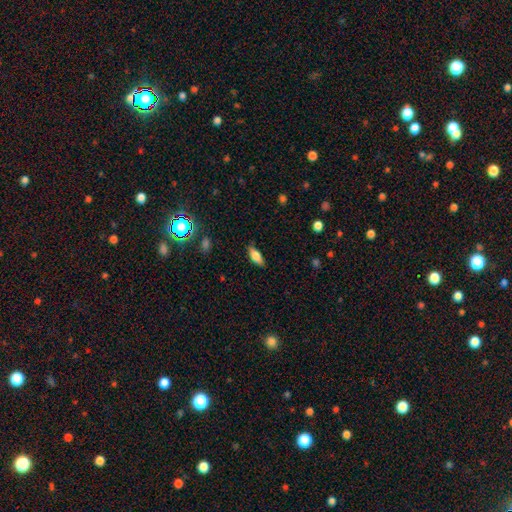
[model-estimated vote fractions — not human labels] smooth_or_featured: smooth (p=0.76) [alt: featured or disk p=0.15]
how_rounded: in between (p=0.77) [alt: cigar-shaped p=0.20]
merging: none (p=0.84) [alt: minor disturbance p=0.12]